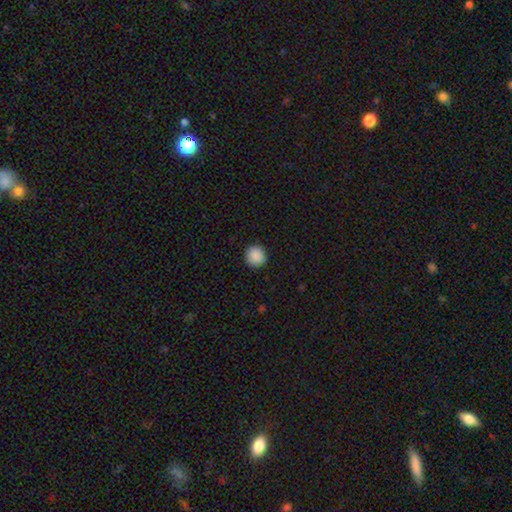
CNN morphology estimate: smooth 90%, star or artifact 8%, featured or disk 2%. Down the decision tree: how rounded — round (94%); merging — none (92%).